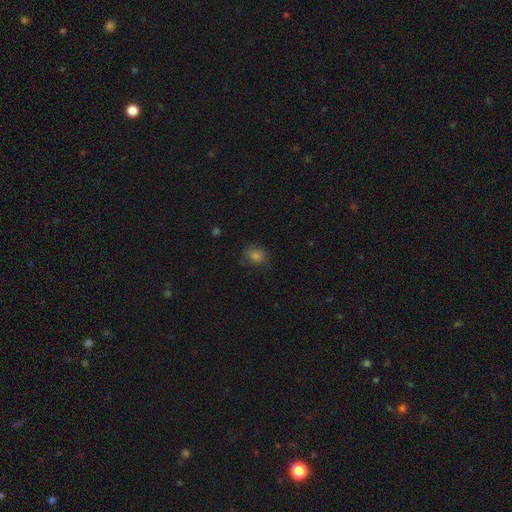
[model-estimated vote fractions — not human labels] A smooth galaxy with no disk features (73%) that is round (69%).

Vote fractions:
- Smooth or featured? smooth: 73% / star or artifact: 19% / featured or disk: 8%
- How rounded? round: 69% / in between: 30% / cigar-shaped: 1%
- Merging? none: 76% / minor disturbance: 18% / major disturbance: 5% / merger: 1%